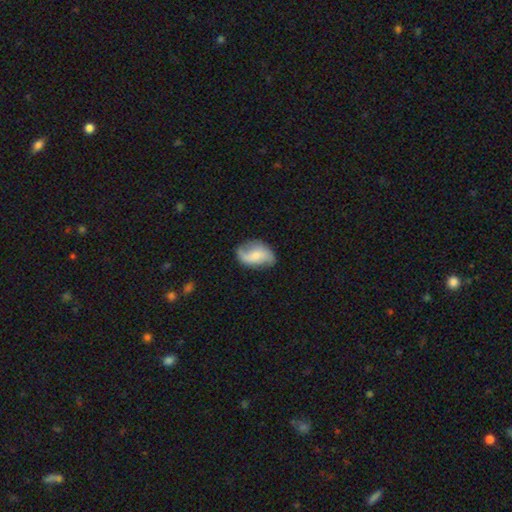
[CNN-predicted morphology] A featured or disk galaxy (63%) with no bar (46%), 2 (85%) loose (60%) spiral arms (91%) and a small central bulge (53%). Merging: none (69%).